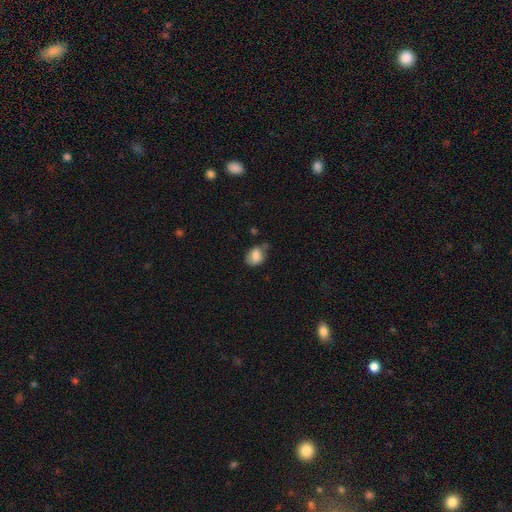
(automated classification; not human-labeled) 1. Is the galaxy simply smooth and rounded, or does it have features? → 78% smooth, 13% featured or disk, 8% star or artifact.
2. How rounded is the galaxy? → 69% in between, 30% round, 1% cigar-shaped.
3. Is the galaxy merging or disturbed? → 46% none, 38% minor disturbance, 12% major disturbance, 4% merger.